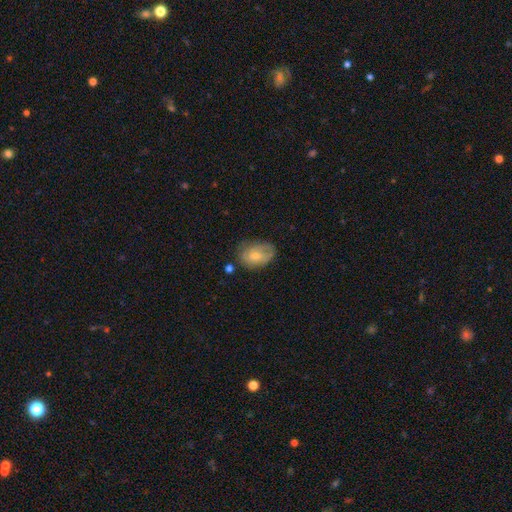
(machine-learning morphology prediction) Overall: smooth (66%; featured or disk 27%). How rounded: in between (81%). Merging: none (54%; minor disturbance 30%).